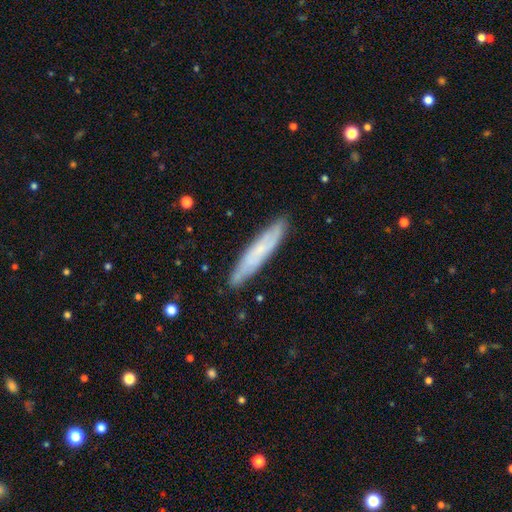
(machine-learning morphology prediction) smooth 51%, featured or disk 42%, star or artifact 7%. Down the decision tree: how rounded — cigar-shaped (89%); merging — none (87%).